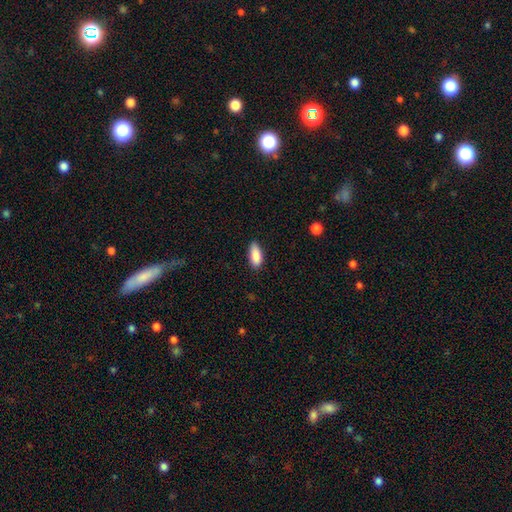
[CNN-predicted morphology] This appears to be a smooth galaxy with no disk features (89%) that is in between round and cigar-shaped (82%). Merging: none (83%).